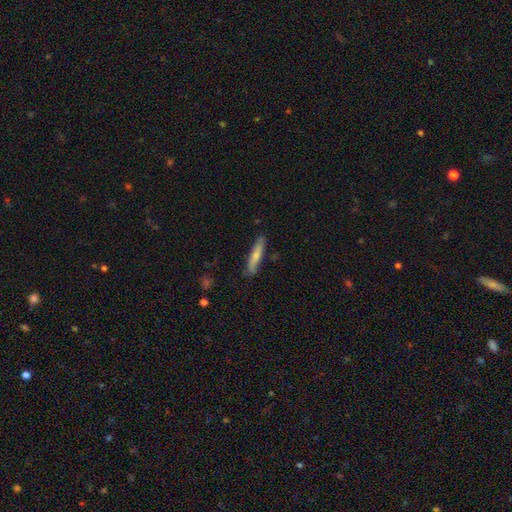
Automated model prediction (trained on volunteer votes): Q: Smooth or featured?
A: smooth (69%); runner-up: featured or disk (25%)
Q: How rounded?
A: cigar-shaped (89%); runner-up: in between (10%)
Q: Merging?
A: none (82%); runner-up: minor disturbance (14%)